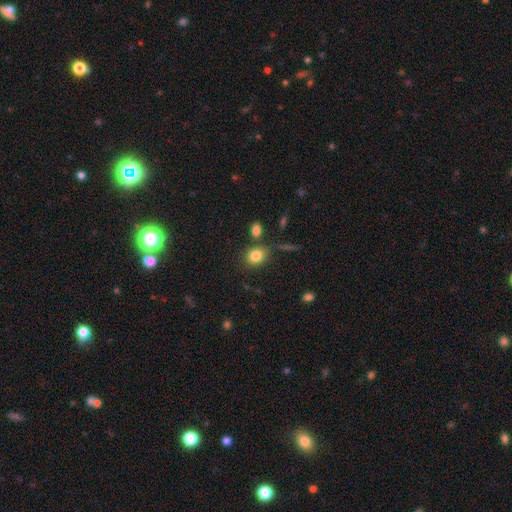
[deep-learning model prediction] Q: Smooth or featured?
A: smooth (82%); runner-up: star or artifact (10%)
Q: How rounded?
A: round (50%); runner-up: in between (49%)
Q: Merging?
A: none (70%); runner-up: minor disturbance (13%)